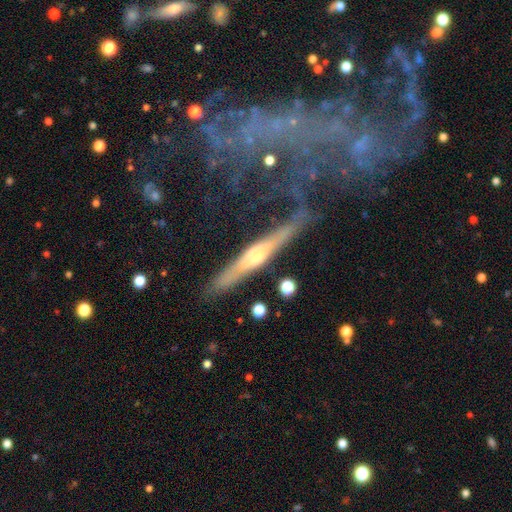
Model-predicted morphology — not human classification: Smooth or featured: featured or disk — 64% (smooth — 29%)
Edge-on disk: yes — 87% (no — 13%)
Edge-on bulge: rounded — 68% (none — 20%)
Merging: none — 58% (minor disturbance — 20%)